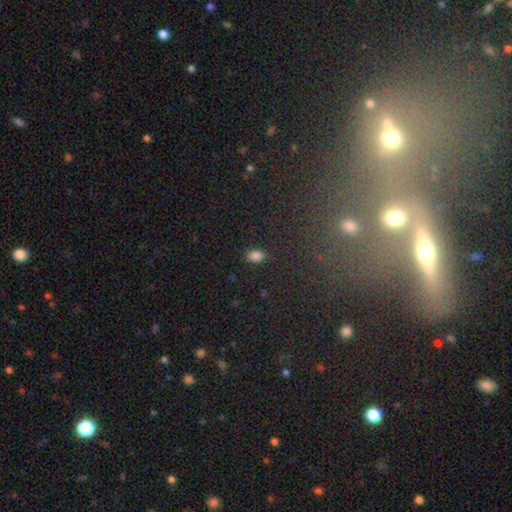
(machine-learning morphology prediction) smooth-or-featured: smooth: 84% | star or artifact: 12% | featured or disk: 4%
  how-rounded: in between: 87% | round: 11% | cigar-shaped: 2%
  merging: none: 86% | minor disturbance: 10% | major disturbance: 3% | merger: 1%